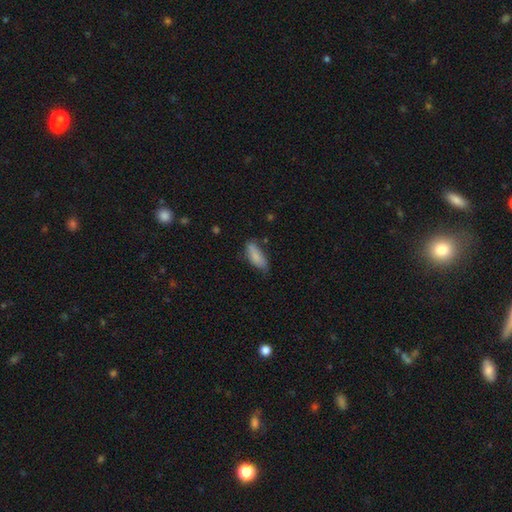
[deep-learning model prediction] A smooth galaxy with no disk features (84%) that is in between round and cigar-shaped (73%). Merging: none (63%).